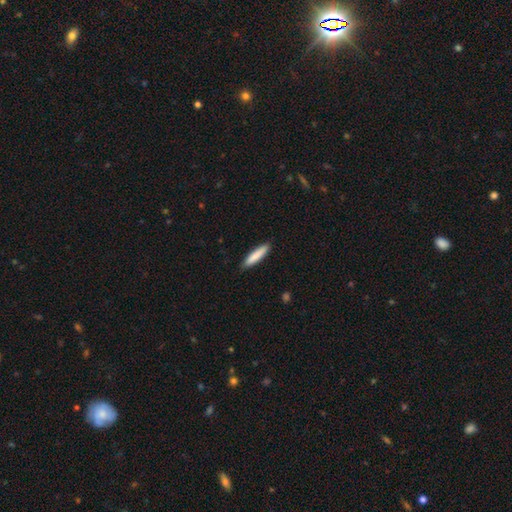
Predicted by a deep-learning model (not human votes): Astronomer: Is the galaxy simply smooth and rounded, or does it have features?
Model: smooth — 84%.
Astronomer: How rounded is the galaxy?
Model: cigar-shaped — 85%.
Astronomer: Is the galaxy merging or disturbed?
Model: none — 88%.